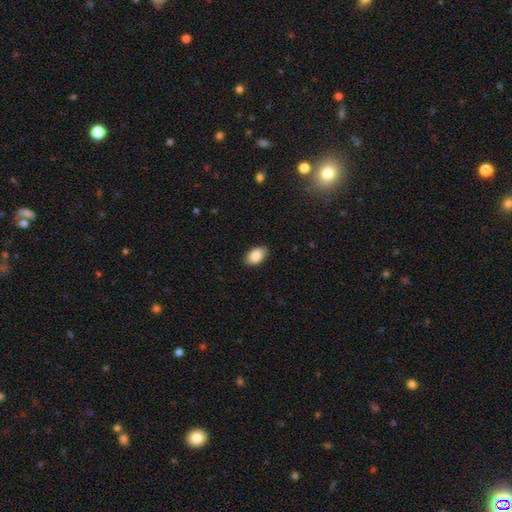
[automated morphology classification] Smooth or featured?
  - smooth: 89% *
  - star or artifact: 7%
  - featured or disk: 5%
How rounded?
  - in between: 92% *
  - round: 6%
  - cigar-shaped: 1%
Merging?
  - none: 87% *
  - minor disturbance: 10%
  - major disturbance: 2%
  - merger: 1%